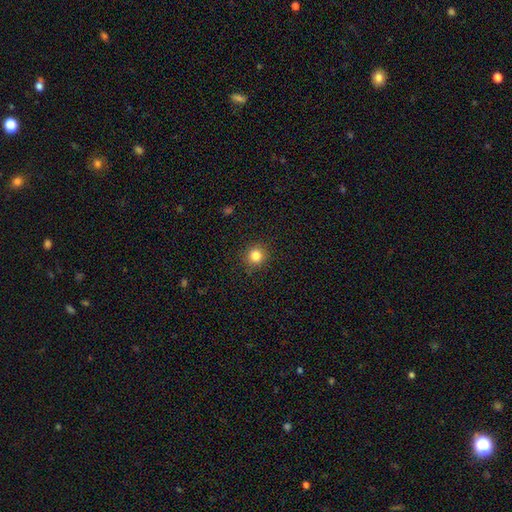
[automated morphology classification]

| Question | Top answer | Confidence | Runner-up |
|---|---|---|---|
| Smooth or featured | smooth | 83% | star or artifact (12%) |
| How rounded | round | 92% | in between (7%) |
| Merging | none | 91% | minor disturbance (6%) |